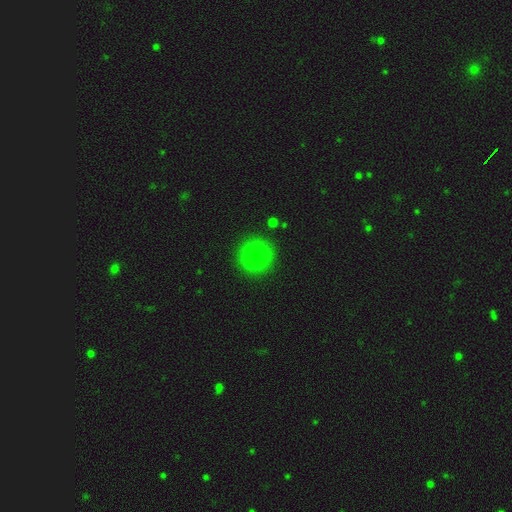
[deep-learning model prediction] This is likely a smooth galaxy (73%). How rounded: clearly round (94%). Merging: clearly none (88%).